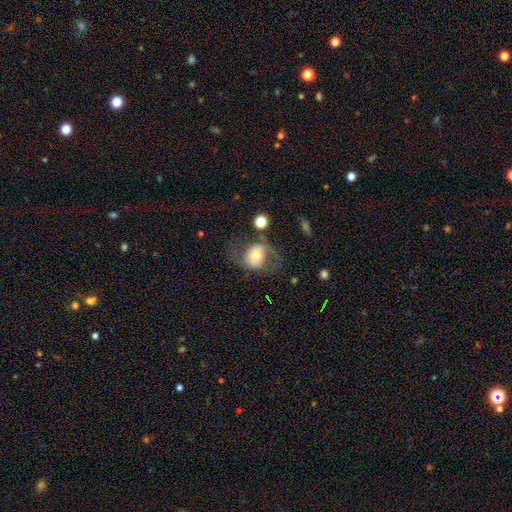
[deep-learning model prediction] A featured or disk galaxy (49%).

Vote fractions:
- Smooth or featured? featured or disk: 49% / smooth: 43% / star or artifact: 9%
- Merging? none: 47% / major disturbance: 27% / minor disturbance: 21% / merger: 4%